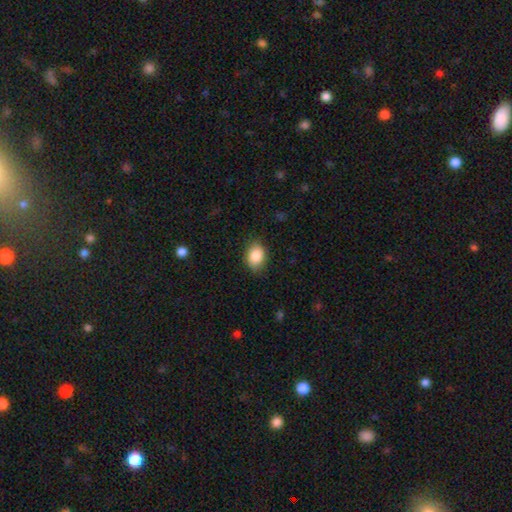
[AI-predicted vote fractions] A smooth galaxy with no disk features (87%) that is in between round and cigar-shaped (76%). Merging: none (83%).